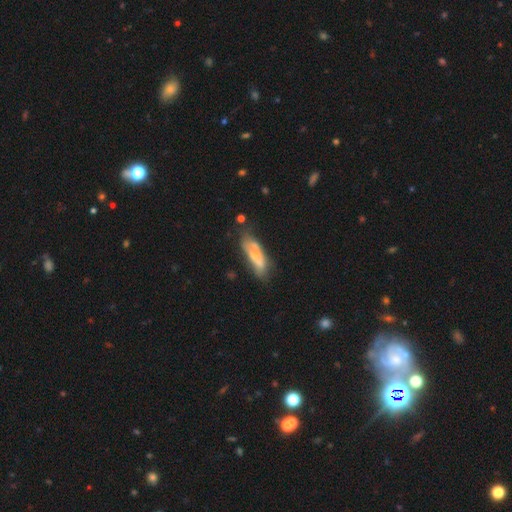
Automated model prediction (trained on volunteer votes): This is possibly a smooth galaxy (50%). Merging: marginally none (44%).